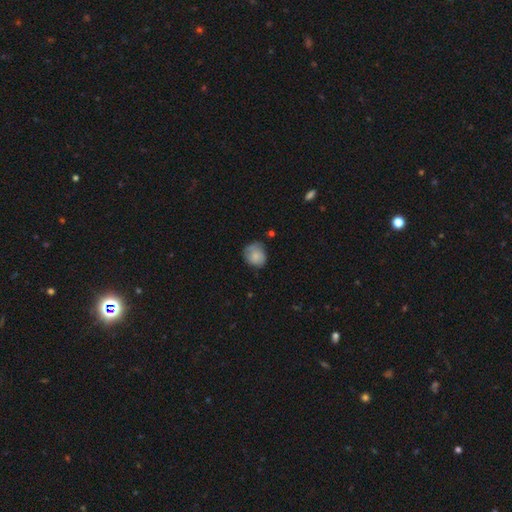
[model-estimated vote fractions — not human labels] This is likely a smooth galaxy (74%). How rounded: likely round (70%). Merging: possibly none (58%).